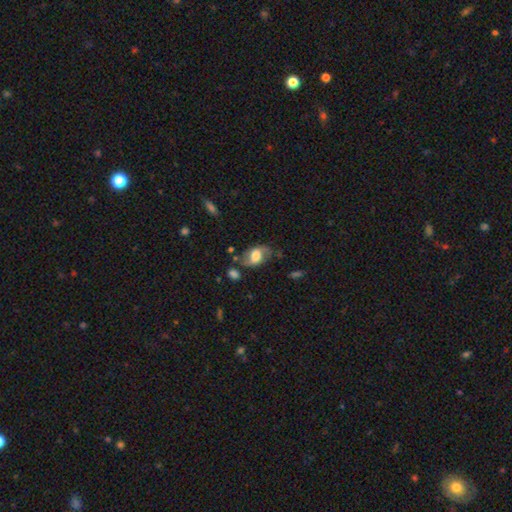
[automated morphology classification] Smooth or featured: featured or disk — 52% (smooth — 40%)
Edge-on disk: no — 92% (yes — 8%)
Merging: none — 59% (minor disturbance — 25%)